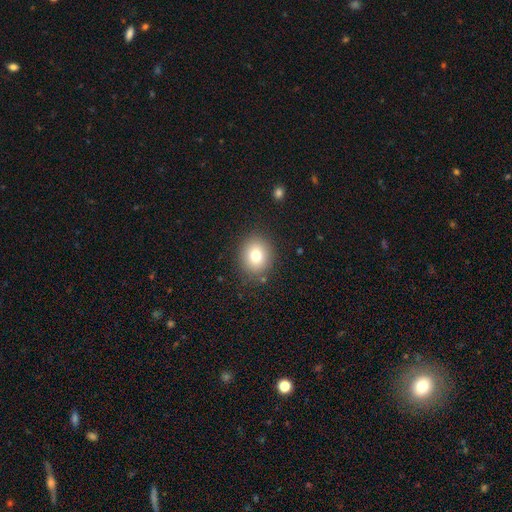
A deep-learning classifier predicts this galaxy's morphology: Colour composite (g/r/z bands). It shows a smooth galaxy with no disk features (77%) that is round (72%). Merging: none (86%).